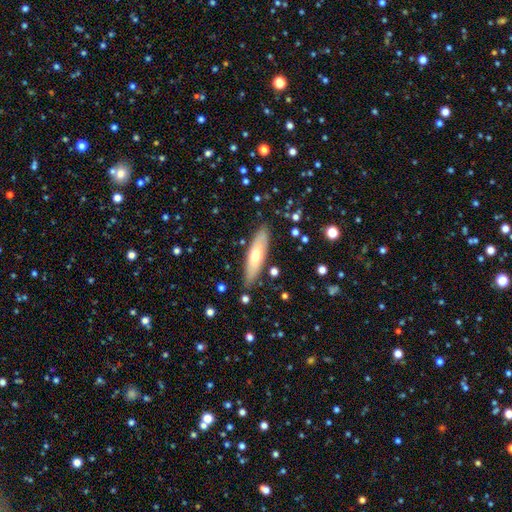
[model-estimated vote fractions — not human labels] This appears to be a smooth galaxy with no disk features (58%) that is cigar-shaped (62%). Merging: none (84%).